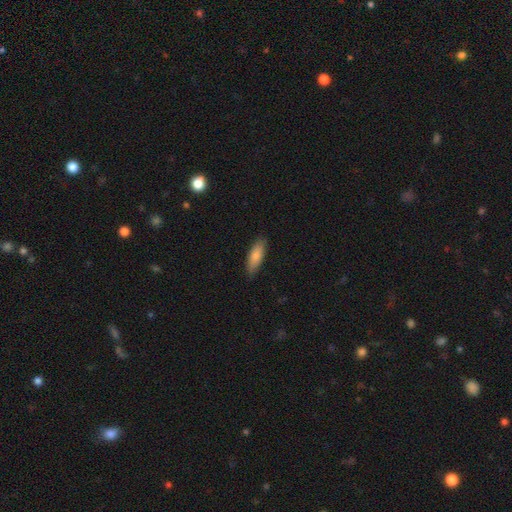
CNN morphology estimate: smooth-or-featured: smooth: 83% | featured or disk: 12% | star or artifact: 5%
  how-rounded: in between: 59% | cigar-shaped: 39% | round: 2%
  merging: none: 86% | minor disturbance: 11% | major disturbance: 2% | merger: 1%